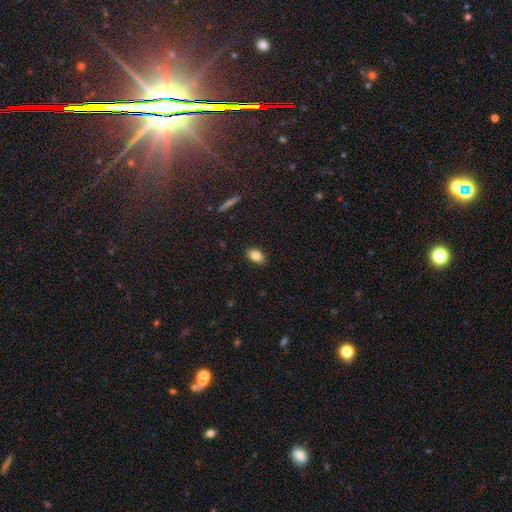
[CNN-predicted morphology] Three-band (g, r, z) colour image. It shows a smooth galaxy with no disk features (83%) that is in between round and cigar-shaped (88%). Merging: none (87%).